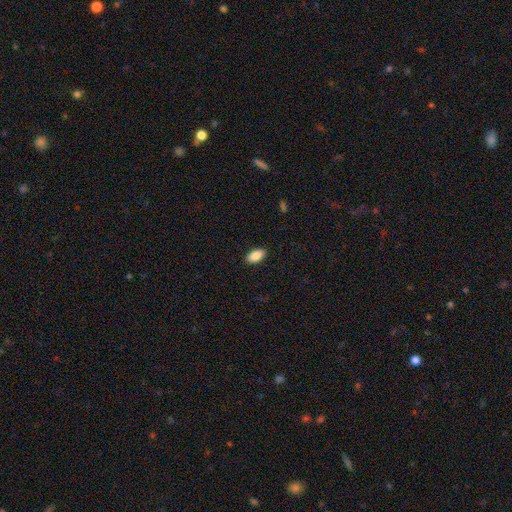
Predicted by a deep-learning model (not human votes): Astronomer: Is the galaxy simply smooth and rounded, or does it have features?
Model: smooth — 88%.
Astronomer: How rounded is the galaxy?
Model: in between — 93%.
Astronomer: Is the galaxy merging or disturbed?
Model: none — 90%.